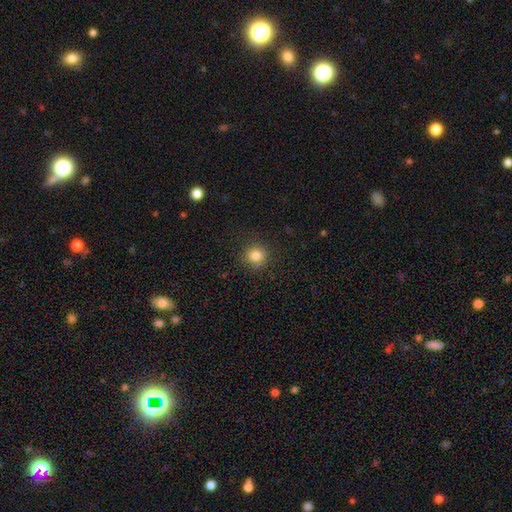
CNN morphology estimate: smooth_or_featured: smooth (p=0.82) [alt: star or artifact p=0.12]
how_rounded: round (p=0.89) [alt: in between p=0.10]
merging: none (p=0.86) [alt: minor disturbance p=0.10]